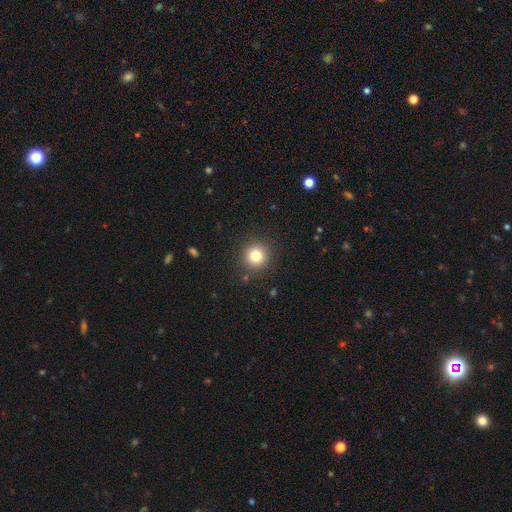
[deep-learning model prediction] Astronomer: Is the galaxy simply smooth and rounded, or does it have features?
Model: smooth — 80%.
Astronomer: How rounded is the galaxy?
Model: round — 95%.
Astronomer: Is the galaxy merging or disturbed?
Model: none — 90%.